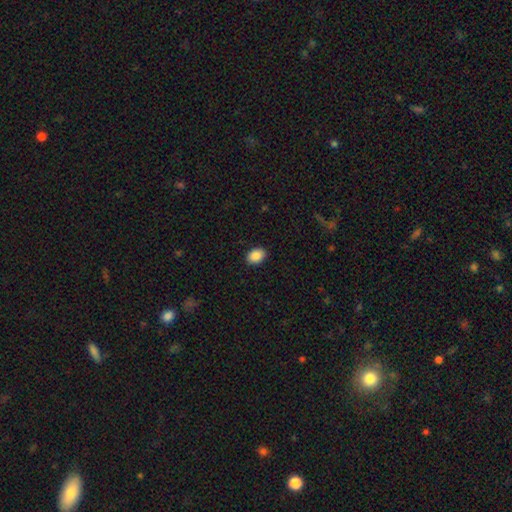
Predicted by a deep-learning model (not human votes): A smooth galaxy with no disk features (89%) that is in between round and cigar-shaped (77%). Merging: none (90%).